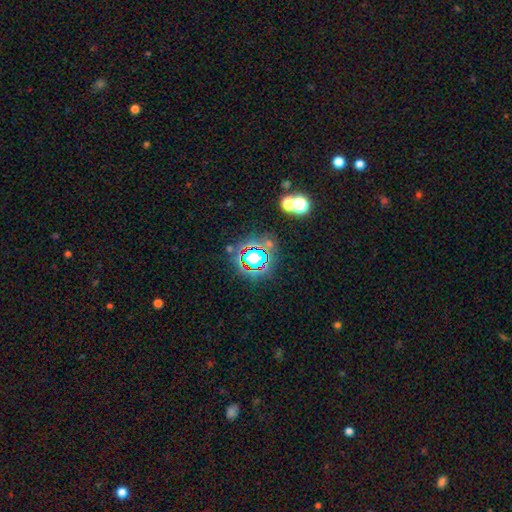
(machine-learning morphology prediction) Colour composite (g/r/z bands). It shows a star or artifact, not a galaxy (75%).